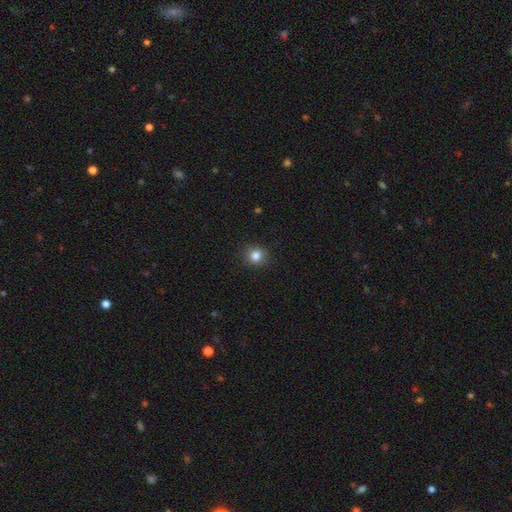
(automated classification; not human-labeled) Smooth or featured? smooth (83%)
How rounded? round (87%)
Merging? none (90%)